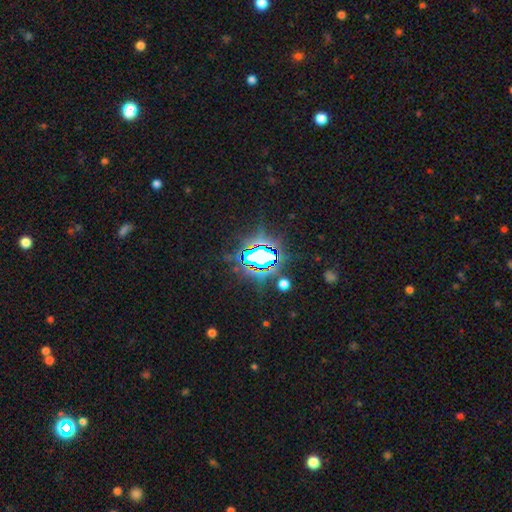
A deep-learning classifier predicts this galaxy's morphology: Overall: star or artifact (76%).